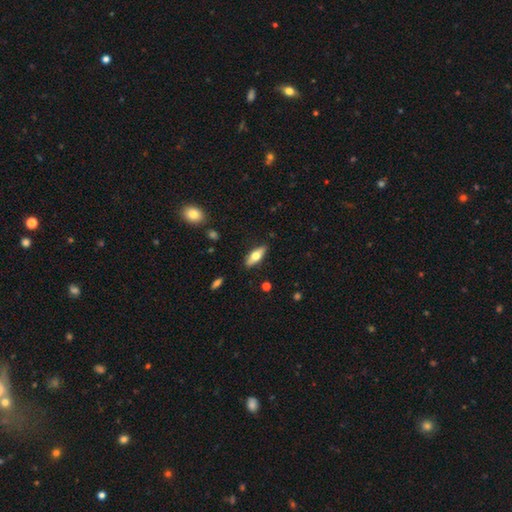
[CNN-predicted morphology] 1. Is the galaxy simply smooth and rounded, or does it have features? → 52% smooth, 41% featured or disk, 6% star or artifact.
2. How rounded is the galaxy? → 61% in between, 36% cigar-shaped, 3% round.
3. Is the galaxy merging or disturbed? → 87% none, 10% minor disturbance, 2% major disturbance, 1% merger.